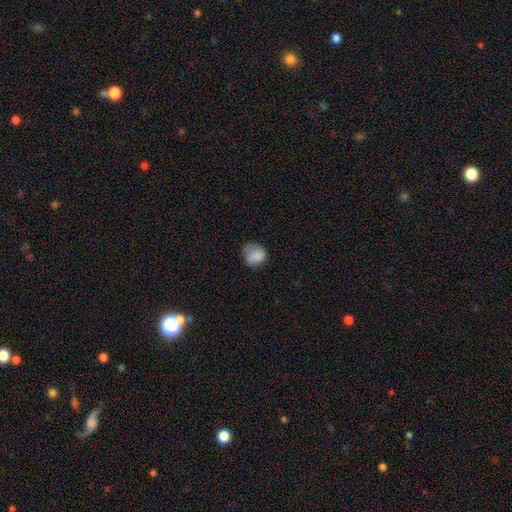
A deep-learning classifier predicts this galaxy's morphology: Smooth or featured?
  - smooth: 81% *
  - featured or disk: 10%
  - star or artifact: 9%
How rounded?
  - round: 59% *
  - in between: 40%
  - cigar-shaped: 1%
Merging?
  - none: 44% *
  - minor disturbance: 36%
  - major disturbance: 18%
  - merger: 2%